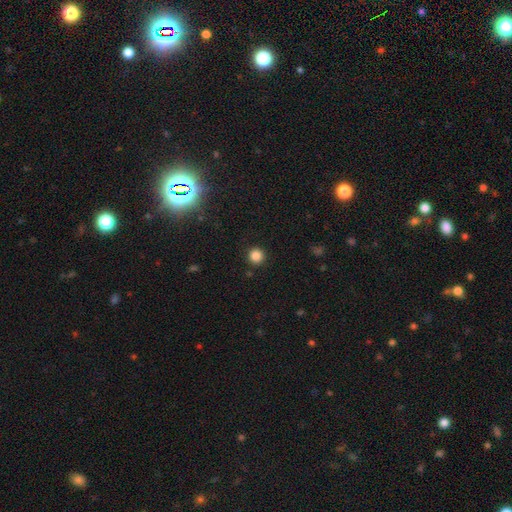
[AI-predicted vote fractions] Smooth or featured?
  - smooth: 84% *
  - star or artifact: 13%
  - featured or disk: 3%
How rounded?
  - round: 94% *
  - in between: 5%
  - cigar-shaped: 1%
Merging?
  - none: 91% *
  - minor disturbance: 5%
  - major disturbance: 2%
  - merger: 1%